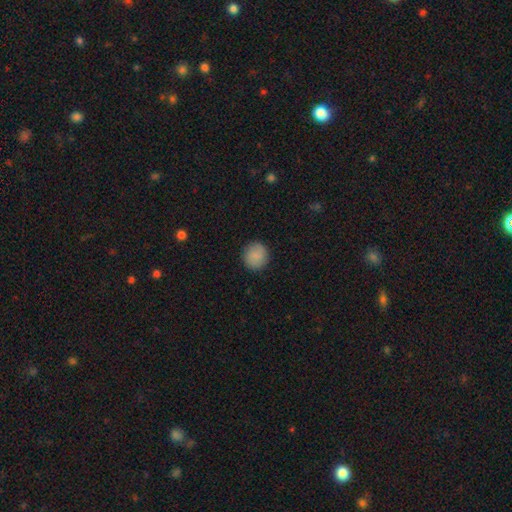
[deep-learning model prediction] Smooth or featured? smooth (88%)
How rounded? round (92%)
Merging? none (91%)